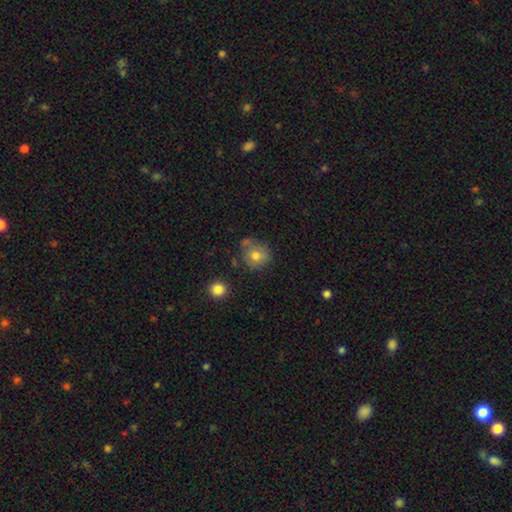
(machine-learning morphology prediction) A smooth galaxy with no disk features (74%) that is round (86%). Merging: none (65%).